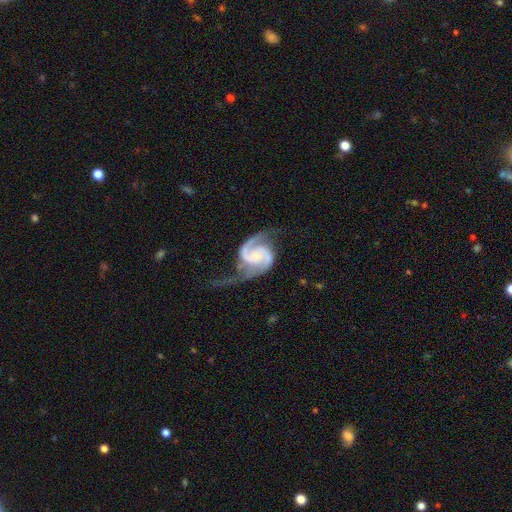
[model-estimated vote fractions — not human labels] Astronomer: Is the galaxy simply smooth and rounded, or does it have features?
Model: featured or disk — 93%.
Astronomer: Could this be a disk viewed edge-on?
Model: no — 98%.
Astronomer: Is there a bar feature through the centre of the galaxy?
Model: no — 58%.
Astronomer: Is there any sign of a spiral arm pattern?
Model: yes — 98%.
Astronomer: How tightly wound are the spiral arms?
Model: medium — 52%.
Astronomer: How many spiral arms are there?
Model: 2 — 93%.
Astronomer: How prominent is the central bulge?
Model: small — 43% (runner-up: none, 27%).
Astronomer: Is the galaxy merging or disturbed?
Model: none — 49% (runner-up: major disturbance, 26%).